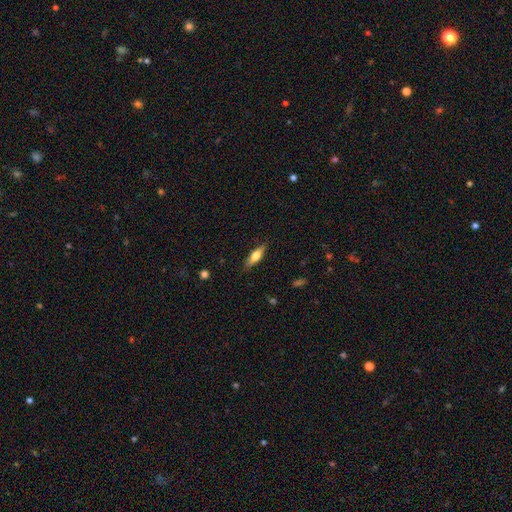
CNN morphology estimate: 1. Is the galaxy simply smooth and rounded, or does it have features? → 57% smooth, 36% featured or disk, 7% star or artifact.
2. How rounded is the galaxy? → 50% cigar-shaped, 47% in between, 3% round.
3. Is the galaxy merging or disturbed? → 85% none, 11% minor disturbance, 2% major disturbance, 1% merger.